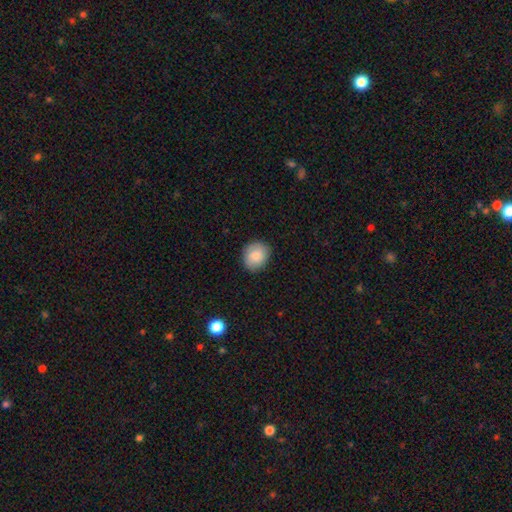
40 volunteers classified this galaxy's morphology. Q: Smooth or featured?
A: smooth (82%); runner-up: star or artifact (12%)
Q: How rounded?
A: round (64%); runner-up: in between (36%)
Q: Merging?
A: none (69%); runner-up: minor disturbance (29%)